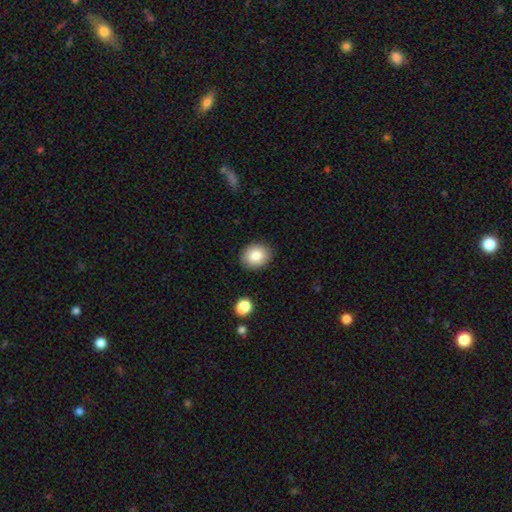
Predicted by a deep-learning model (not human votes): The model was most divided on "how rounded": round: 61%, in between: 38%, cigar-shaped: 1%. More confident: merging — none (88%); smooth or featured — smooth (84%).